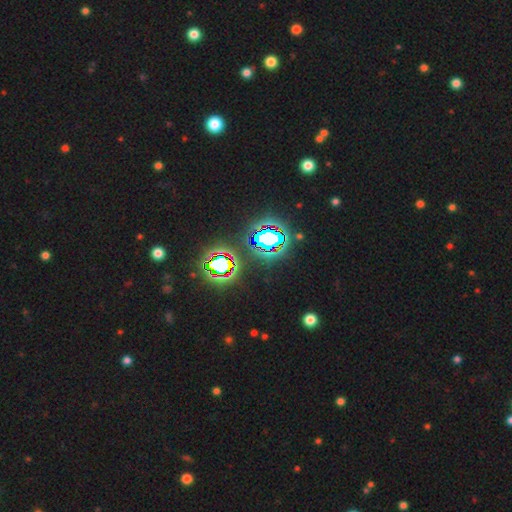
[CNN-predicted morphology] A star or artifact, not a galaxy (81%).